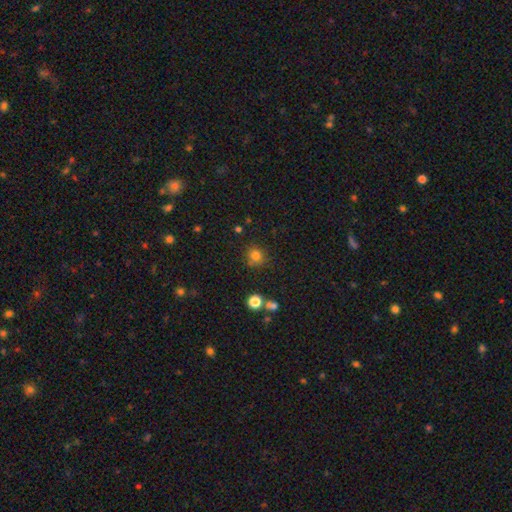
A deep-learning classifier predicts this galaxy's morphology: Smooth or featured? Predicted: smooth (p=0.79). How rounded? Predicted: round (p=0.88). Merging? Predicted: none (p=0.79).